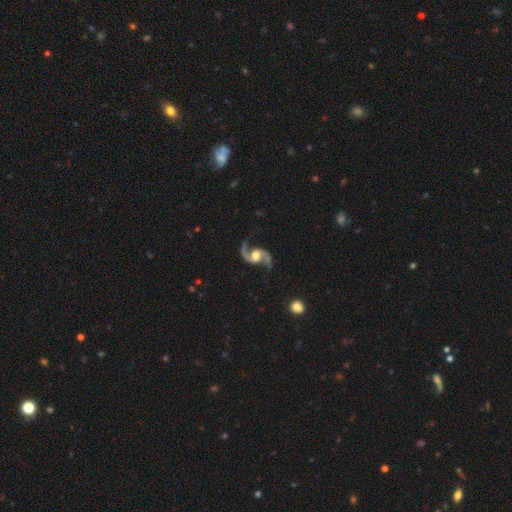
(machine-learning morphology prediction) smooth-or-featured: featured or disk: 93% | star or artifact: 4% | smooth: 3%
  disk-edge-on: no: 98% | yes: 2%
    bar: no: 53% | weak: 33% | strong: 14%
    has-spiral-arms: yes: 98% | no: 2%
      spiral-winding: loose: 54% | medium: 40% | tight: 6%
      spiral-arm-count: 2: 95% | 1: 1% | can't tell: 1% | 3: 1% | 4: 1% | more than 4: 1%
    bulge-size: moderate: 58% | large: 28% | small: 9% | none: 3% | dominant: 2%
  merging: none: 81% | minor disturbance: 12% | major disturbance: 5% | merger: 2%